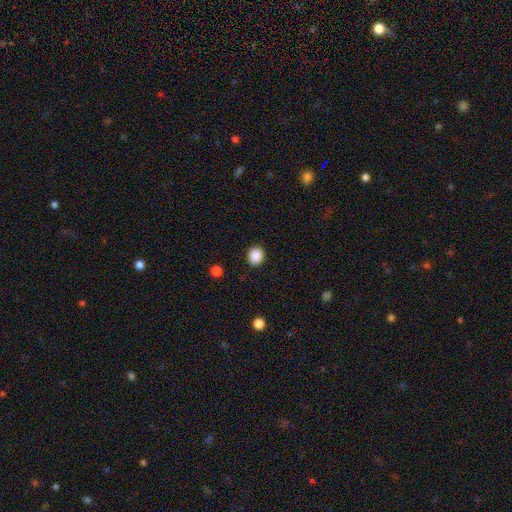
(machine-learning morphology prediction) A smooth galaxy with no disk features (88%) that is round (74%).

Vote fractions:
- Smooth or featured? smooth: 88% / star or artifact: 9% / featured or disk: 3%
- How rounded? round: 74% / in between: 25% / cigar-shaped: 1%
- Merging? none: 91% / minor disturbance: 6% / major disturbance: 2% / merger: 1%